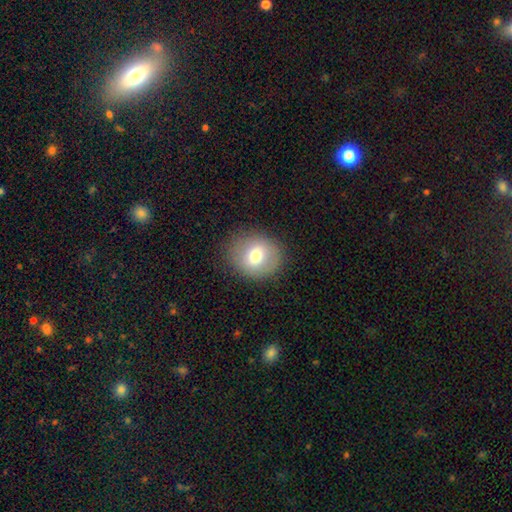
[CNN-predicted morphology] This is likely a smooth galaxy (72%). How rounded: likely round (75%). Merging: clearly none (85%).